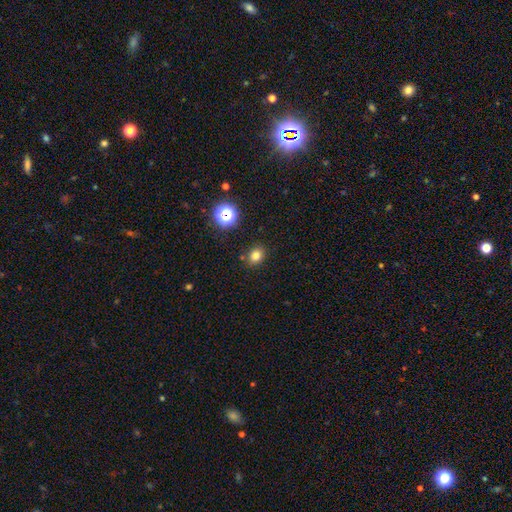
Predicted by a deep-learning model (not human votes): Morphology: type=smooth (78%); roundness=round (56%); merging=none (84%).